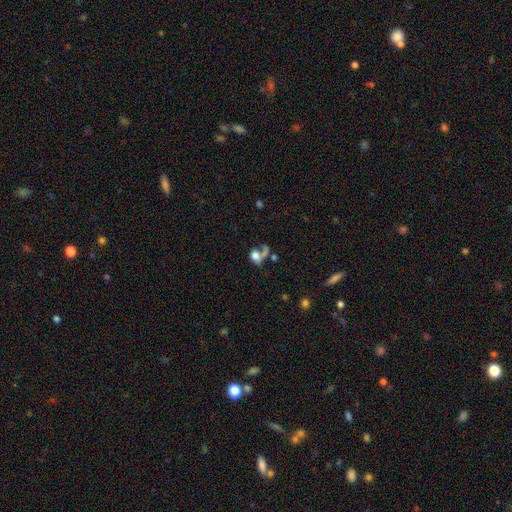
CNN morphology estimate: A smooth galaxy with no disk features (62%) that is in between round and cigar-shaped (64%). Merging: merger (41%).